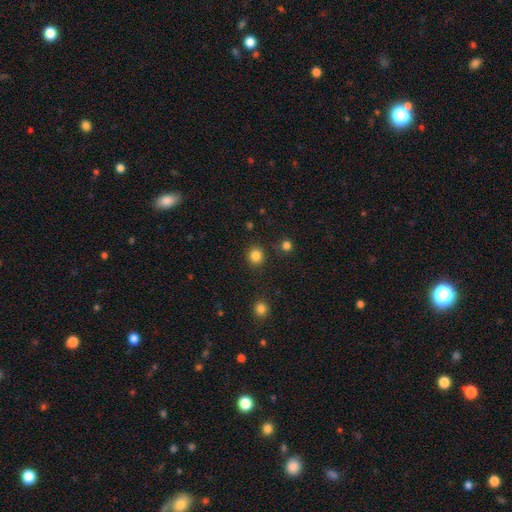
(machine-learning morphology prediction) Smooth or featured? Predicted: smooth (p=0.84). How rounded? Predicted: round (p=0.90). Merging? Predicted: none (p=0.88).